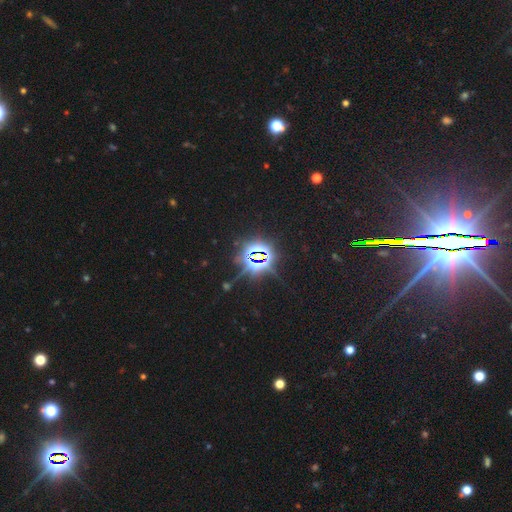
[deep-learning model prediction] Smooth or featured?
  - star or artifact: 83% *
  - smooth: 9%
  - featured or disk: 7%